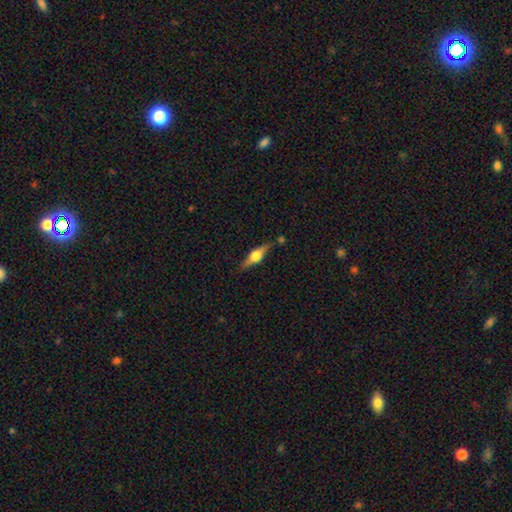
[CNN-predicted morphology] featured or disk 75%, smooth 19%, star or artifact 7%. Down the decision tree: edge-on disk — yes (97%); edge-on bulge — rounded (92%); merging — none (83%).